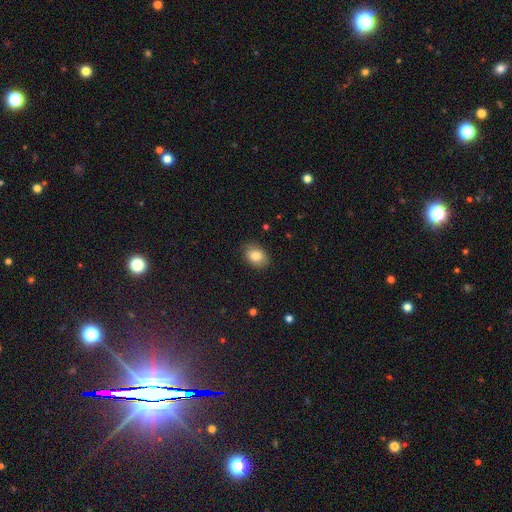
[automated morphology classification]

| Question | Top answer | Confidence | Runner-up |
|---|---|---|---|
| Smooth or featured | smooth | 83% | featured or disk (9%) |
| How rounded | in between | 74% | round (25%) |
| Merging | none | 87% | minor disturbance (10%) |